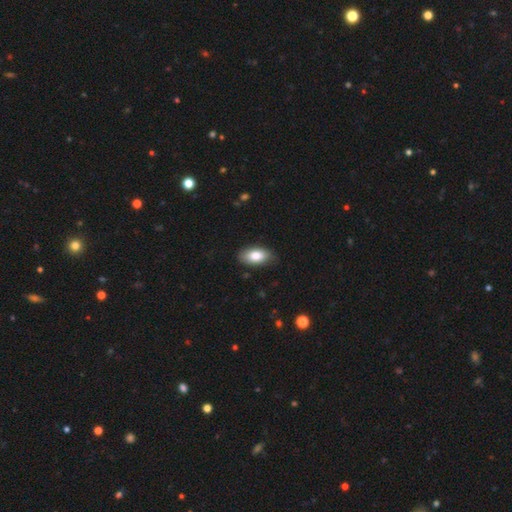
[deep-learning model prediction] Overall: smooth (82%). How rounded: in between (93%). Merging: none (83%).